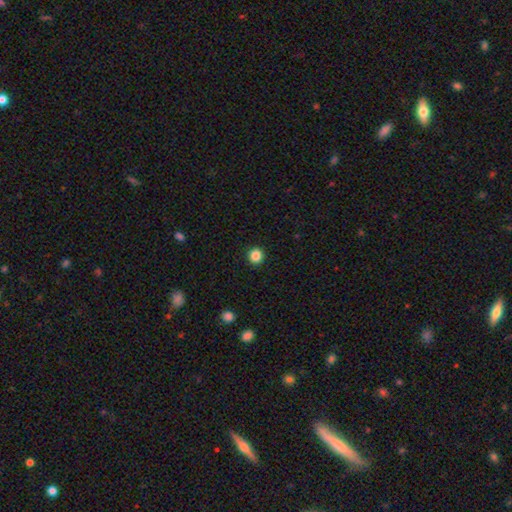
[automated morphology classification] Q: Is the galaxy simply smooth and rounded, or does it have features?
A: smooth — 85%.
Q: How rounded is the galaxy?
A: round — 93%.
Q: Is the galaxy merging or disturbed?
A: none — 93%.